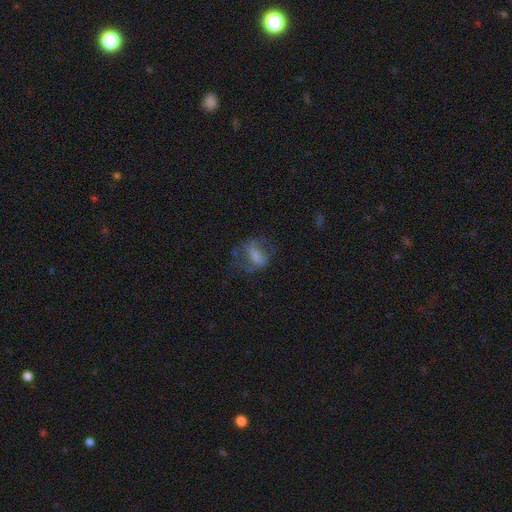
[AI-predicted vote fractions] Q: Smooth or featured?
A: smooth (49%); runner-up: featured or disk (39%)
Q: Merging?
A: none (44%); runner-up: major disturbance (32%)